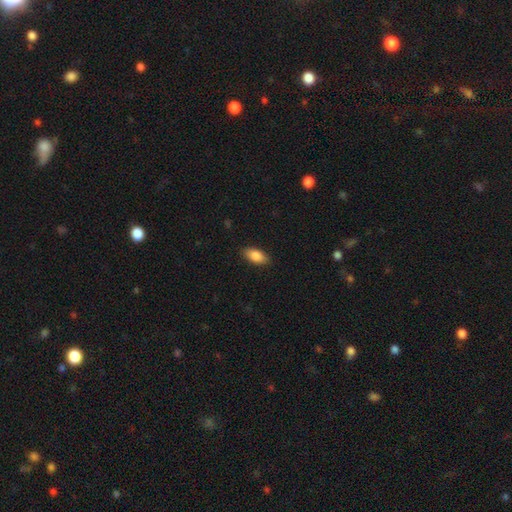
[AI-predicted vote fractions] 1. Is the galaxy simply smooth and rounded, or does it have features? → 87% smooth, 7% featured or disk, 7% star or artifact.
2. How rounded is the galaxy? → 91% in between, 6% cigar-shaped, 3% round.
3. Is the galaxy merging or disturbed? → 87% none, 10% minor disturbance, 2% major disturbance, 1% merger.